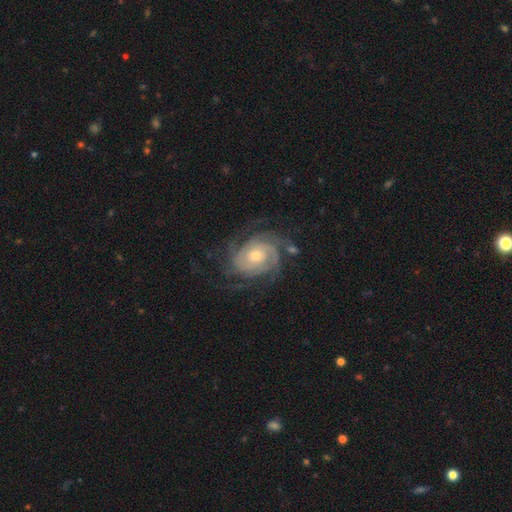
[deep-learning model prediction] smooth-or-featured: featured or disk: 89% | smooth: 6% | star or artifact: 5%
  disk-edge-on: no: 97% | yes: 3%
    bar: no: 71% | weak: 23% | strong: 6%
    has-spiral-arms: yes: 97% | no: 3%
      spiral-winding: tight: 68% | medium: 26% | loose: 6%
      spiral-arm-count: 3: 29% | 2: 23% | can't tell: 20% | 4: 16% | more than 4: 6% | 1: 6%
    bulge-size: moderate: 54% | small: 39% | large: 4% | none: 1% | dominant: 1%
  merging: none: 71% | minor disturbance: 17% | major disturbance: 11% | merger: 2%